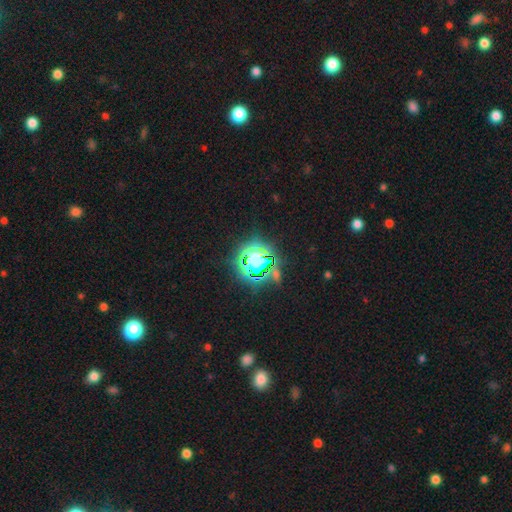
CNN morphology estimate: This is likely a star or artifact rather than a galaxy (69%).